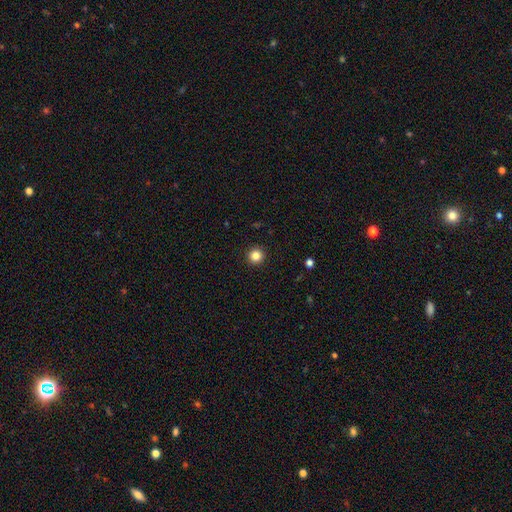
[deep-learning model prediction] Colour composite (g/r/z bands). It shows a smooth galaxy with no disk features (84%) that is round (96%). Merging: none (94%).